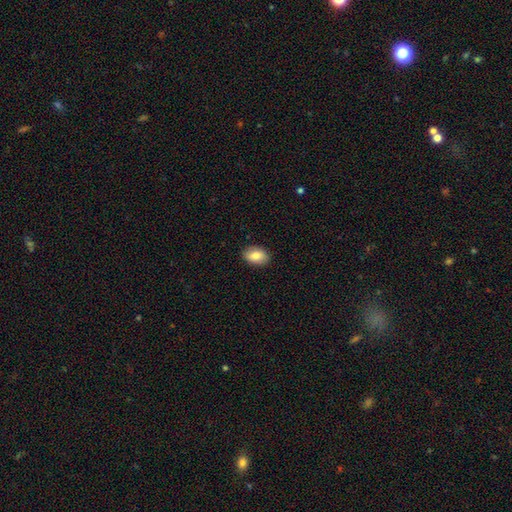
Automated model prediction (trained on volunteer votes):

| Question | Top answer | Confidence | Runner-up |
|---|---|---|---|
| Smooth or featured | smooth | 83% | featured or disk (10%) |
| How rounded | in between | 86% | round (13%) |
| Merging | none | 88% | minor disturbance (9%) |